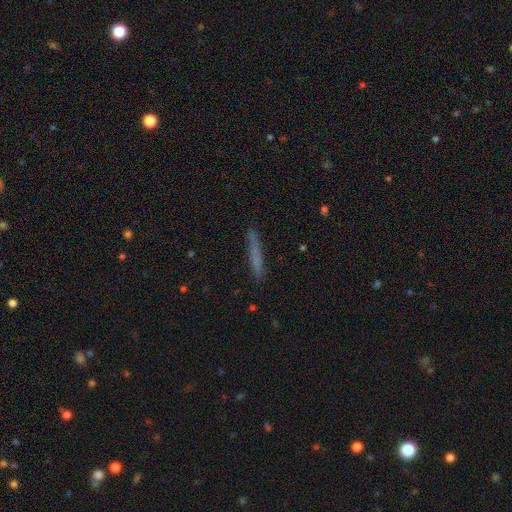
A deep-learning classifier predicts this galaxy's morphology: Smooth or featured? smooth (67%)
How rounded? cigar-shaped (96%)
Merging? none (87%)